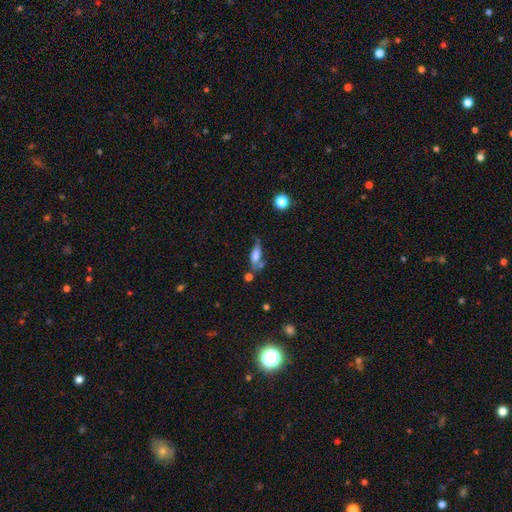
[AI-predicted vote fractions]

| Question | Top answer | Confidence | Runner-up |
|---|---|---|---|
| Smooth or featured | smooth | 66% | featured or disk (24%) |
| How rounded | in between | 64% | cigar-shaped (33%) |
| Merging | none | 43% | minor disturbance (25%) |